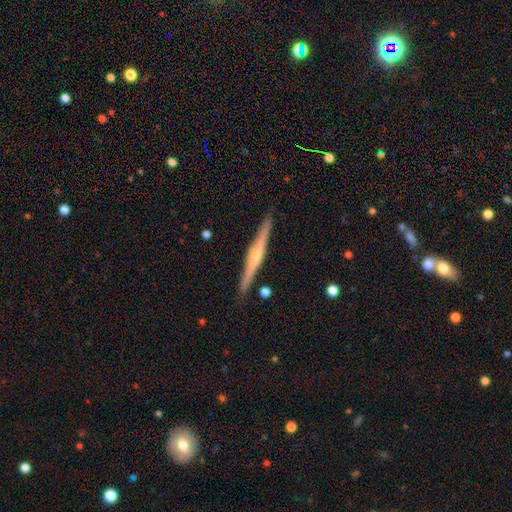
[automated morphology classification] This appears to be a featured or disk galaxy (76%) viewed edge-on (98%) with a rounded central bulge (78%). Merging: none (90%).